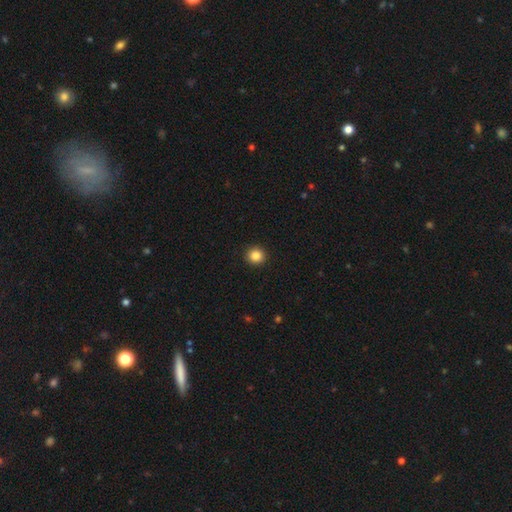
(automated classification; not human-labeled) Smooth or featured: smooth — 86% (star or artifact — 10%)
How rounded: round — 92% (in between — 7%)
Merging: none — 93% (minor disturbance — 5%)